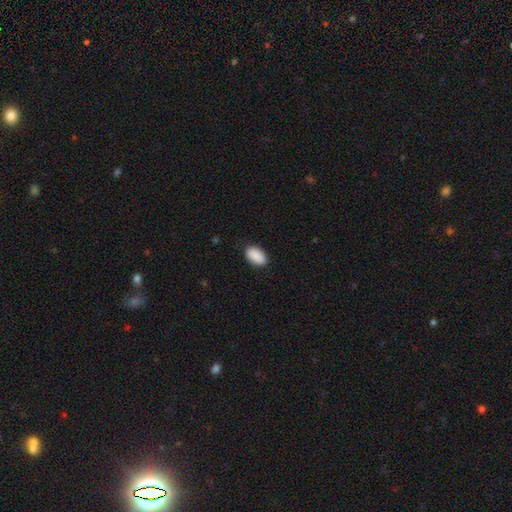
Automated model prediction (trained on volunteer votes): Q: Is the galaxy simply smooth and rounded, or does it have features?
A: smooth — 90%.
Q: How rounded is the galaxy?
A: in between — 93%.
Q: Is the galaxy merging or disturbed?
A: none — 86%.